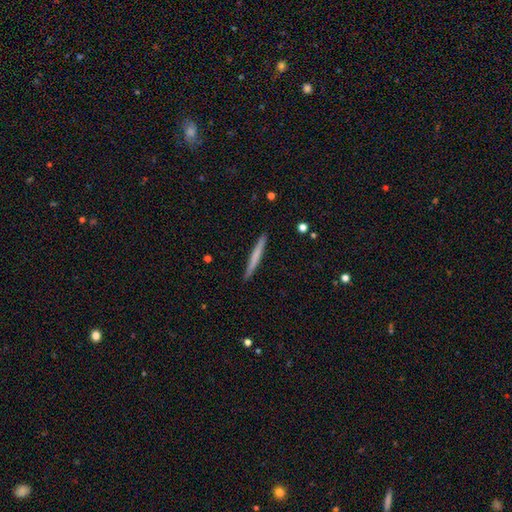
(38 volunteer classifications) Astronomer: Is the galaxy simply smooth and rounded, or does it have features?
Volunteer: smooth — 58% (runner-up: featured or disk, 34%).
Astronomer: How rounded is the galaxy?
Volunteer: cigar-shaped — 100%.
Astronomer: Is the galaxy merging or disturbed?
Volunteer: none — 89%.